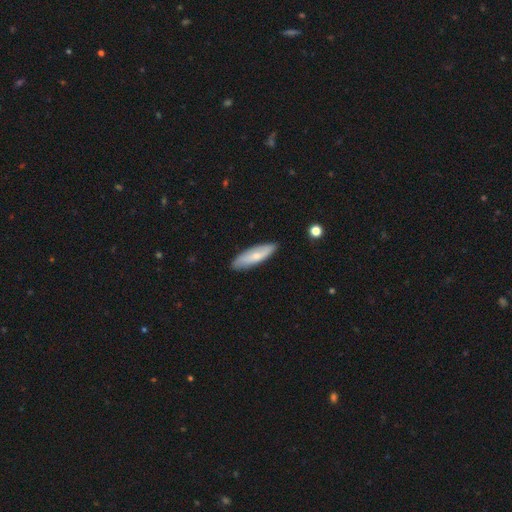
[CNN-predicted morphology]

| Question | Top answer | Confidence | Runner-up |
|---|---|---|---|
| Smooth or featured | smooth | 65% | featured or disk (29%) |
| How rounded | cigar-shaped | 58% | in between (40%) |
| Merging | none | 86% | minor disturbance (11%) |